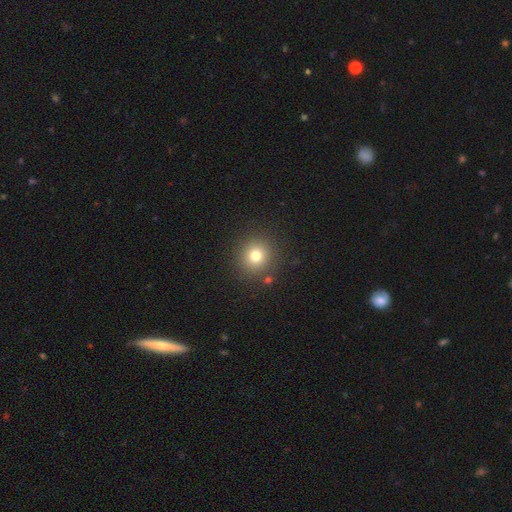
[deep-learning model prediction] Morphology: type=smooth (76%); roundness=round (92%); merging=none (87%).